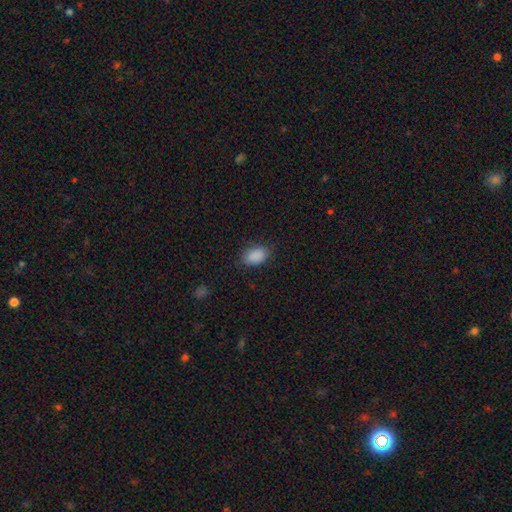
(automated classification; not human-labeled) Q: Smooth or featured?
A: smooth (88%); runner-up: star or artifact (9%)
Q: How rounded?
A: in between (87%); runner-up: round (12%)
Q: Merging?
A: none (80%); runner-up: minor disturbance (15%)